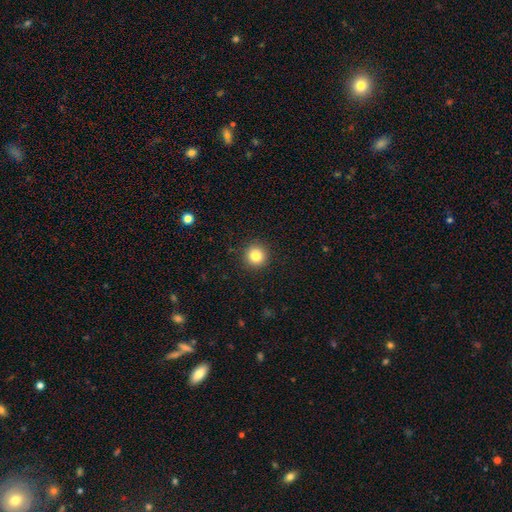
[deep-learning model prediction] A smooth galaxy with no disk features (83%) that is round (95%).

Vote fractions:
- Smooth or featured? smooth: 83% / star or artifact: 11% / featured or disk: 6%
- How rounded? round: 95% / in between: 5% / cigar-shaped: 1%
- Merging? none: 92% / minor disturbance: 5% / major disturbance: 2% / merger: 1%